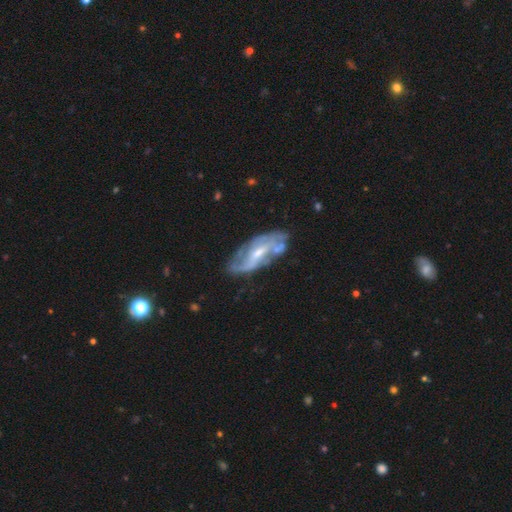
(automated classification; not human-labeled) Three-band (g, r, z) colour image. It shows a featured or disk galaxy (79%) with a weak bar (45%), 2 (54%) medium (42%) spiral arms (86%) and a moderate central bulge (46%). Merging: none (64%).